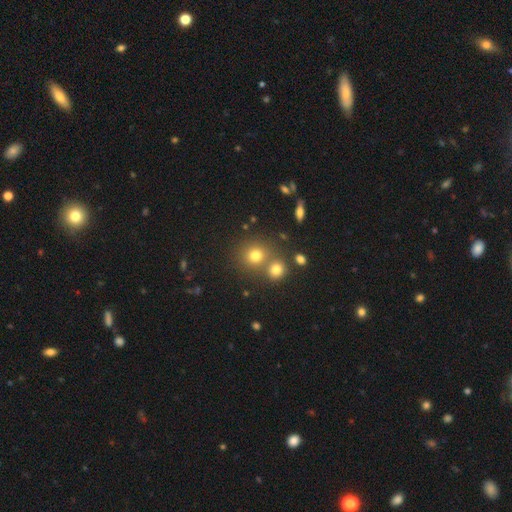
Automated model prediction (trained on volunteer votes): Smooth or featured? Predicted: smooth (p=0.75). How rounded? Predicted: round (p=0.85). Merging? Predicted: none (p=0.62).